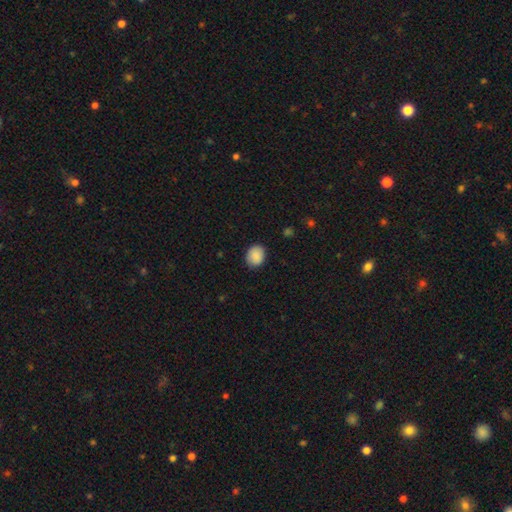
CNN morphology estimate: The model was most divided on "how rounded": round: 57%, in between: 42%, cigar-shaped: 1%. More confident: smooth or featured — smooth (89%); merging — none (85%).